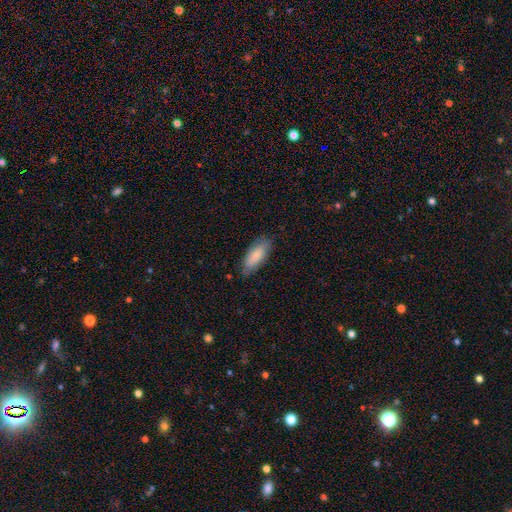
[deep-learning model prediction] Overall: smooth (83%). How rounded: in between (76%). Merging: none (80%).